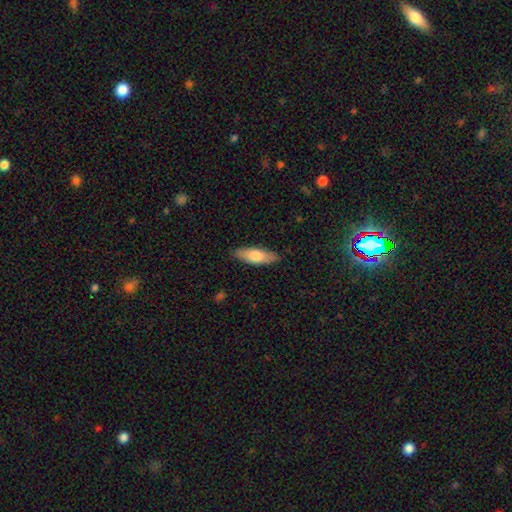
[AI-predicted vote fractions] A smooth galaxy with no disk features (72%) that is in between round and cigar-shaped (59%). Merging: none (87%).